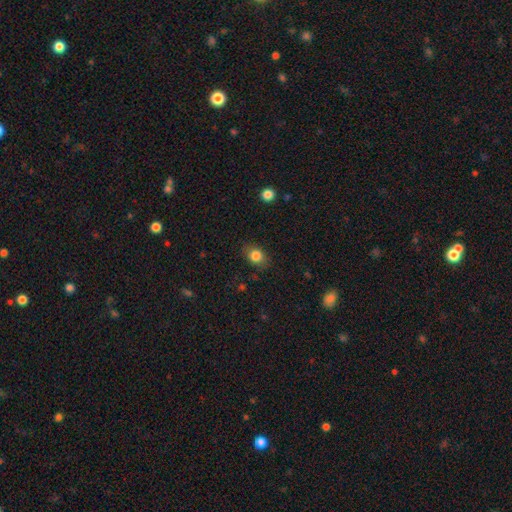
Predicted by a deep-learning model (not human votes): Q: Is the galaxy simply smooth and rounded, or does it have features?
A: smooth — 83%.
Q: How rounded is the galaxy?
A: in between — 52%.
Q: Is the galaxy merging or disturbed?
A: none — 80%.